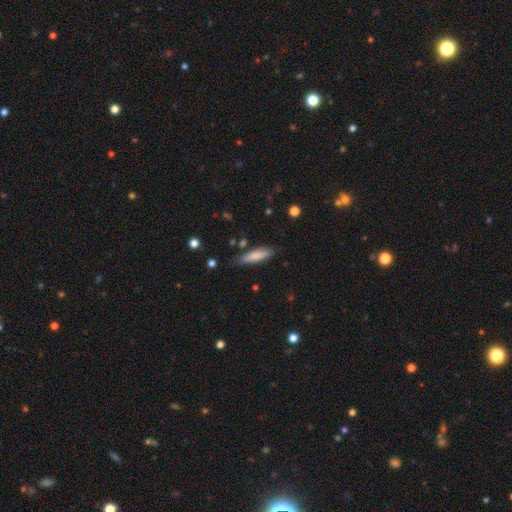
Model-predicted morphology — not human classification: A smooth galaxy with no disk features (81%) that is cigar-shaped (63%).

Vote fractions:
- Smooth or featured? smooth: 81% / featured or disk: 13% / star or artifact: 6%
- How rounded? cigar-shaped: 63% / in between: 35% / round: 2%
- Merging? none: 77% / minor disturbance: 17% / major disturbance: 4% / merger: 2%